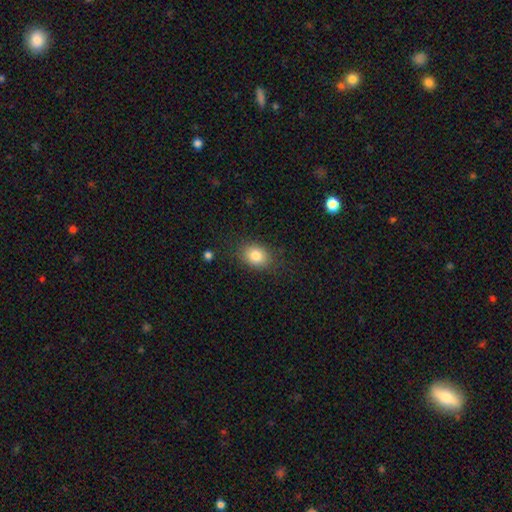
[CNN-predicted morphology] smooth_or_featured: smooth (p=0.83) [alt: star or artifact p=0.09]
how_rounded: in between (p=0.61) [alt: round p=0.38]
merging: none (p=0.82) [alt: minor disturbance p=0.12]